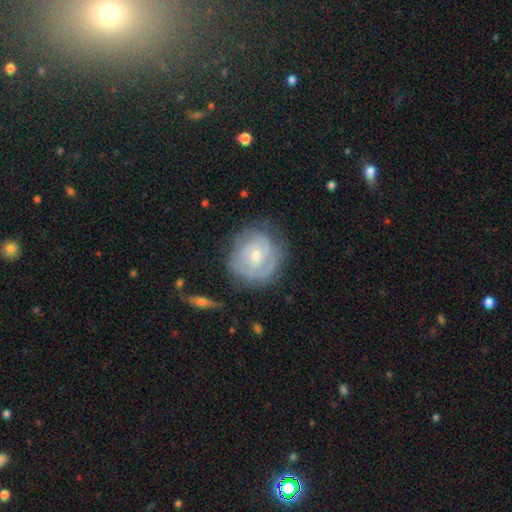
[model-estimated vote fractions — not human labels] Overall: featured or disk (71%). Edge-on disk: no (97%). Bar: no (73%). Spiral arms: yes (82%). Spiral arm count: can't tell (42%; 2 30%). Spiral winding: tight (68%). Bulge size: small (54%; moderate 42%). Merging: none (69%).